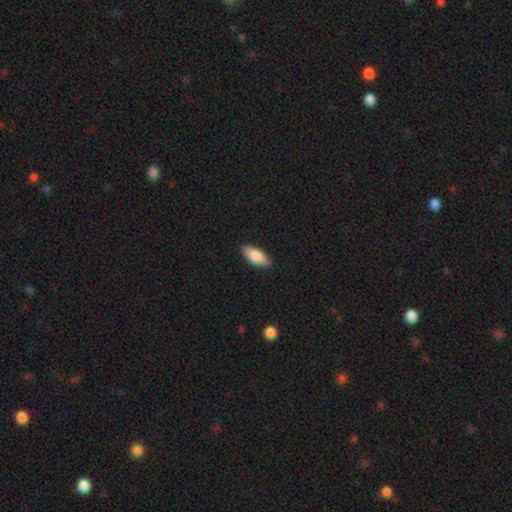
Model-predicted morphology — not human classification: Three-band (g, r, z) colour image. It shows a smooth galaxy with no disk features (83%) that is in between round and cigar-shaped (83%). Merging: none (88%).